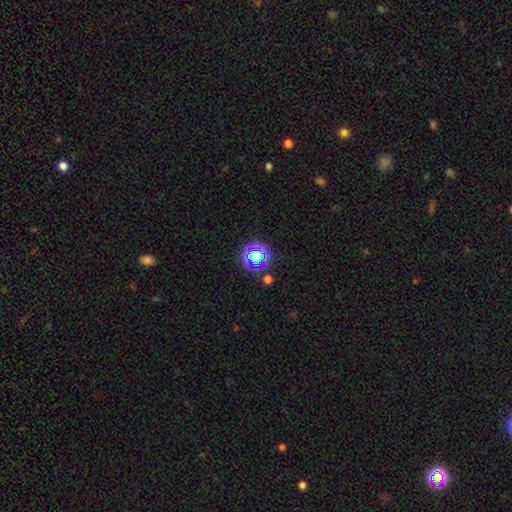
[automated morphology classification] Smooth or featured: star or artifact — 57% (smooth — 32%)